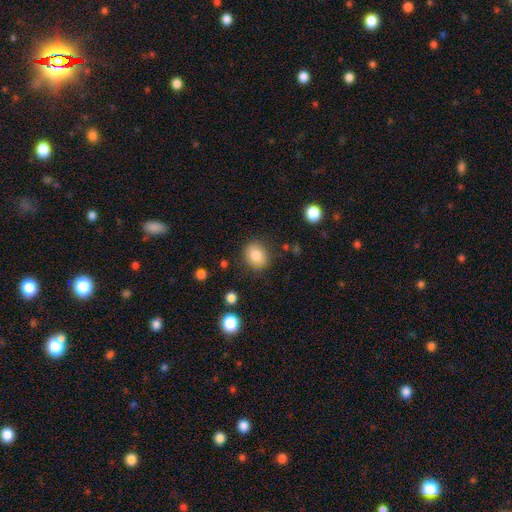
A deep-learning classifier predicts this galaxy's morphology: A smooth galaxy with no disk features (81%) that is round (70%). Merging: none (85%).